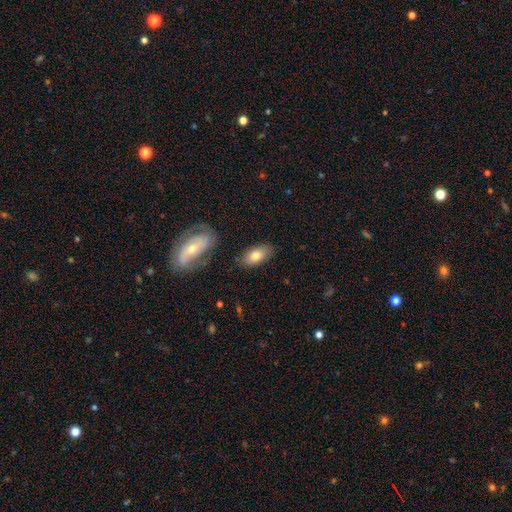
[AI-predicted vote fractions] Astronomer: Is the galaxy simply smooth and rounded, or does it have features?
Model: smooth — 76%.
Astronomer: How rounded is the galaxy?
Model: in between — 90%.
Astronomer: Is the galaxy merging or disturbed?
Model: none — 82%.